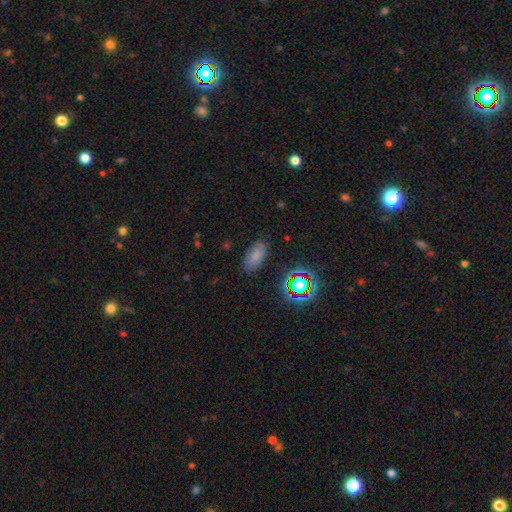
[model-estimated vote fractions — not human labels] This is likely a smooth galaxy (74%). How rounded: clearly in between (91%). Merging: clearly none (83%).